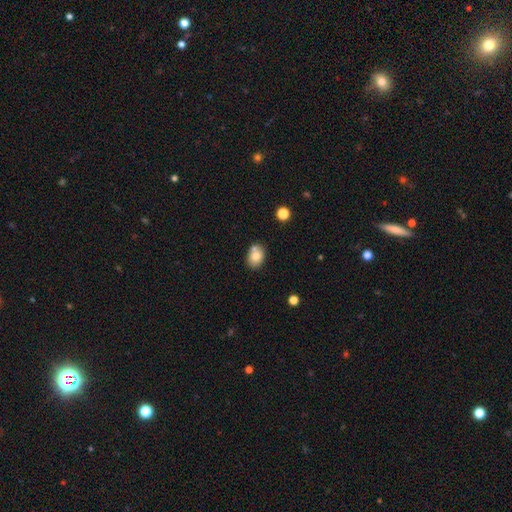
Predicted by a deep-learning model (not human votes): The model was most divided on "how rounded": in between: 64%, round: 35%, cigar-shaped: 1%. More confident: smooth or featured — smooth (78%); merging — none (64%).